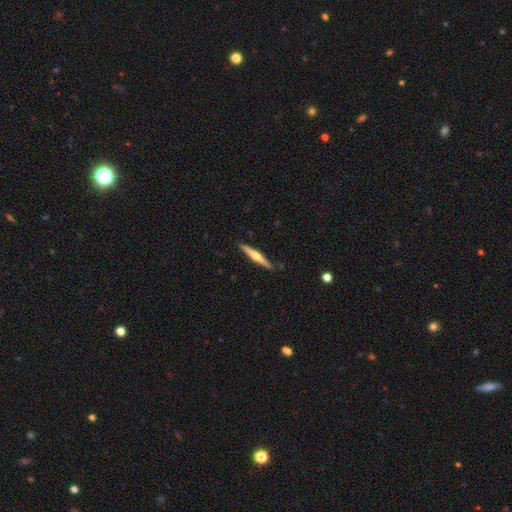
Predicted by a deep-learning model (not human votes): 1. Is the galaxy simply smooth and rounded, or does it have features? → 60% featured or disk, 35% smooth, 5% star or artifact.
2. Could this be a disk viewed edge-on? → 97% yes, 3% no.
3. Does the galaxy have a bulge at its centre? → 86% rounded, 8% none, 6% boxy.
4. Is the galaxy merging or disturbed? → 89% none, 8% minor disturbance, 1% merger, 1% major disturbance.